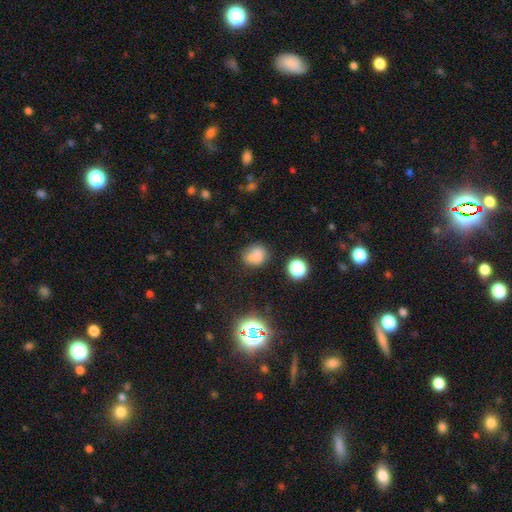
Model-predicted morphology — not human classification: A smooth galaxy with no disk features (70%) that is round (68%).

Vote fractions:
- Smooth or featured? smooth: 70% / star or artifact: 16% / featured or disk: 14%
- How rounded? round: 68% / in between: 30% / cigar-shaped: 1%
- Merging? none: 57% / minor disturbance: 19% / merger: 15% / major disturbance: 8%